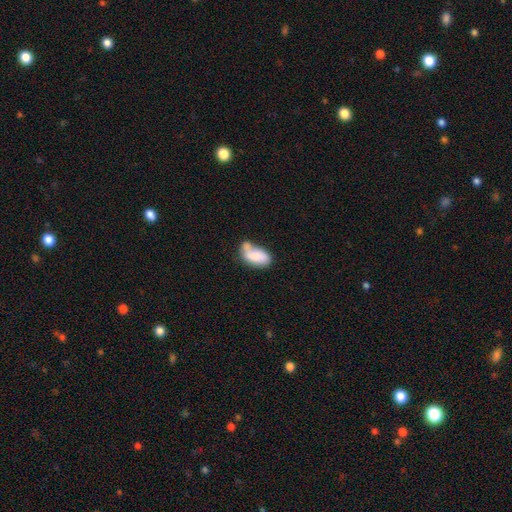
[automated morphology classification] smooth_or_featured: smooth (p=0.73) [alt: featured or disk p=0.20]
how_rounded: in between (p=0.93) [alt: round p=0.04]
merging: none (p=0.31) [alt: merger p=0.29]